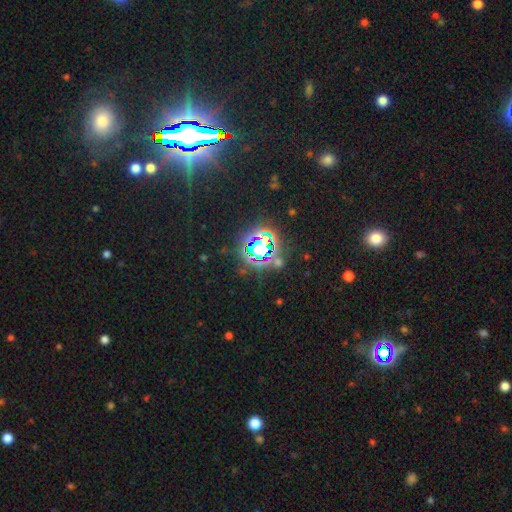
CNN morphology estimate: The model was most divided on "smooth or featured": star or artifact: 78%, smooth: 13%, featured or disk: 9%.